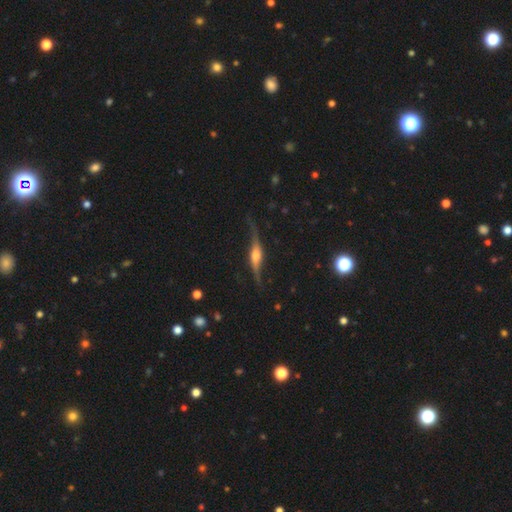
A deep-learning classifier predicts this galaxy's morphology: smooth-or-featured: featured or disk: 81% | smooth: 13% | star or artifact: 6%
  disk-edge-on: yes: 81% | no: 19%
    edge-on-bulge: rounded: 87% | boxy: 10% | none: 3%
  merging: none: 68% | minor disturbance: 20% | major disturbance: 10% | merger: 2%